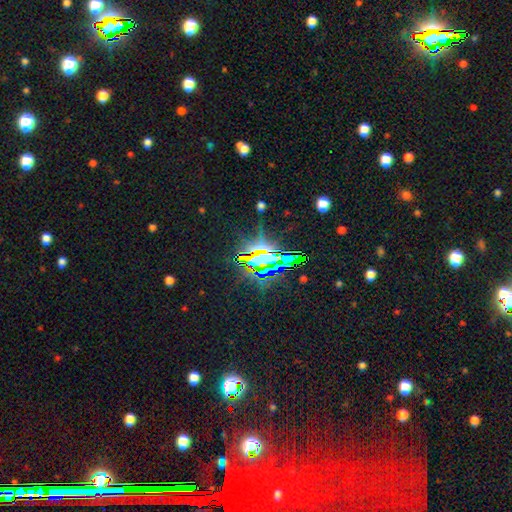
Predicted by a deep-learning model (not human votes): Morphology: type=star or artifact (77%).